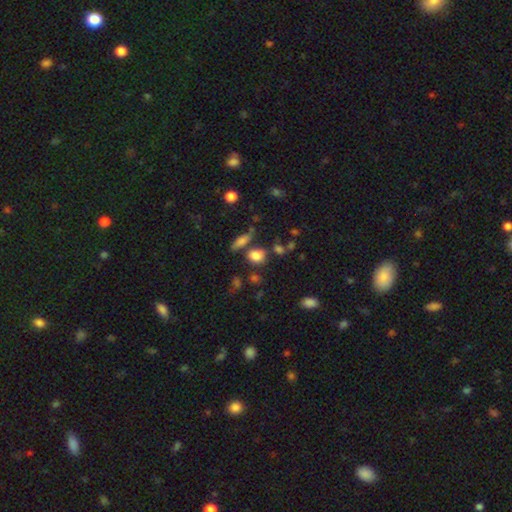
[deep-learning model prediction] This is clearly a smooth galaxy (81%). How rounded: possibly round (57%). Merging: likely none (68%).